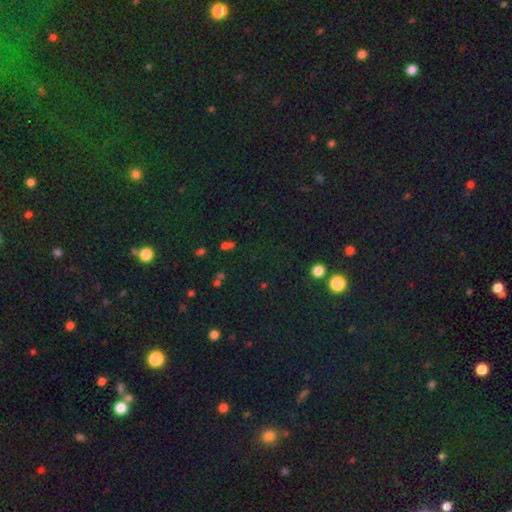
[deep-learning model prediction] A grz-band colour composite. It shows a star or artifact, not a galaxy (70%).